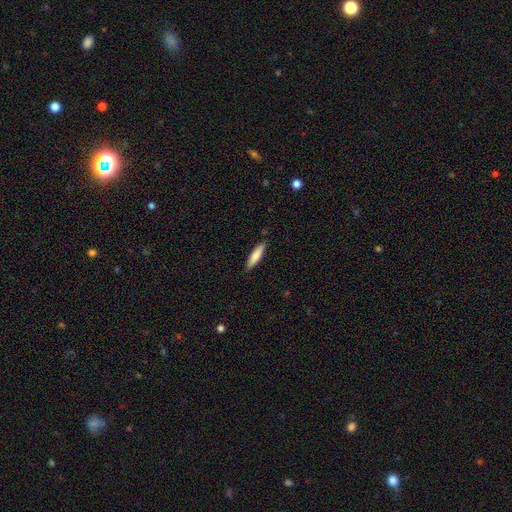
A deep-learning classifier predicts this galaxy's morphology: Smooth or featured? smooth (75%)
How rounded? cigar-shaped (80%)
Merging? none (88%)